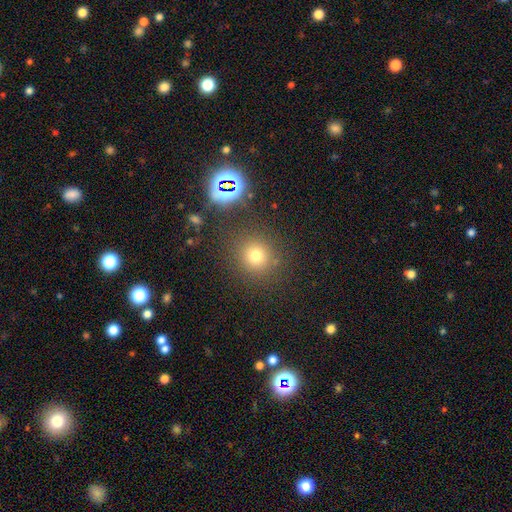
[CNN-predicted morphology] This appears to be a smooth galaxy with no disk features (73%) that is round (90%). Merging: none (83%).